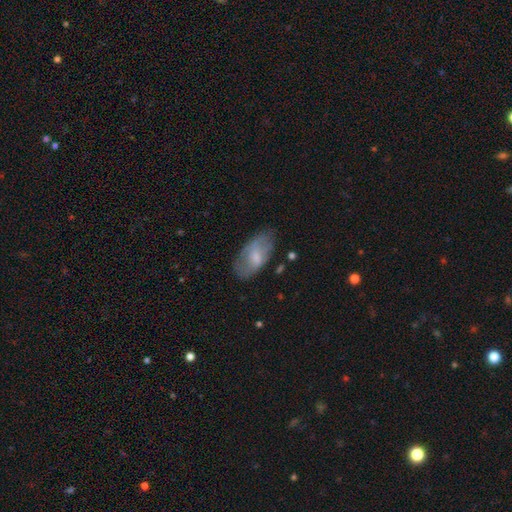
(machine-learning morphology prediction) This is possibly a smooth galaxy (59%). How rounded: clearly in between (93%). Merging: likely none (63%).